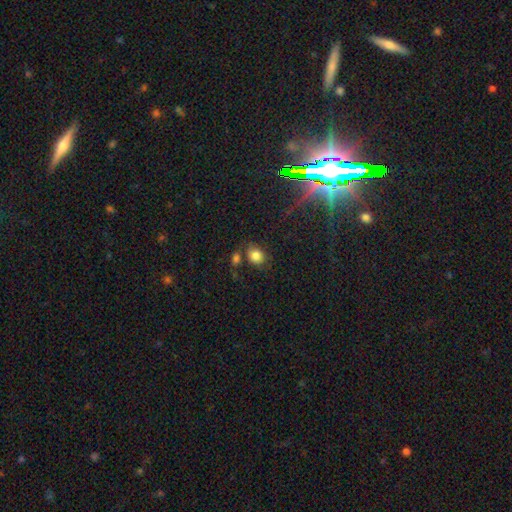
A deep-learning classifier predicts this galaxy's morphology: smooth 82%, star or artifact 11%, featured or disk 7%. Down the decision tree: how rounded — round (53%); merging — none (64%).